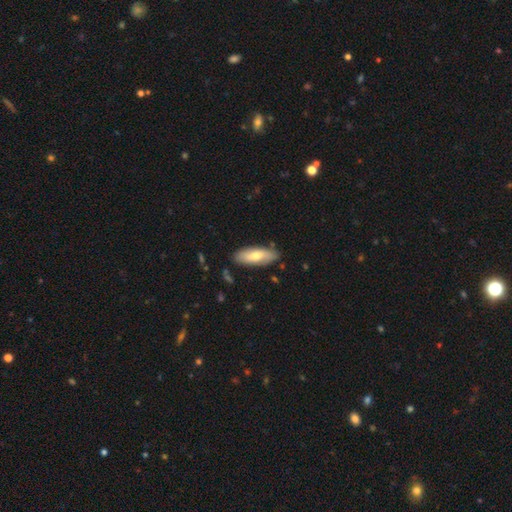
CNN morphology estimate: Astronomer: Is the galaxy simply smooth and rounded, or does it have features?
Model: smooth — 69%.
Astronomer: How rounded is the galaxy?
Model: in between — 73%.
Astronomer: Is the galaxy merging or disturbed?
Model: none — 83%.